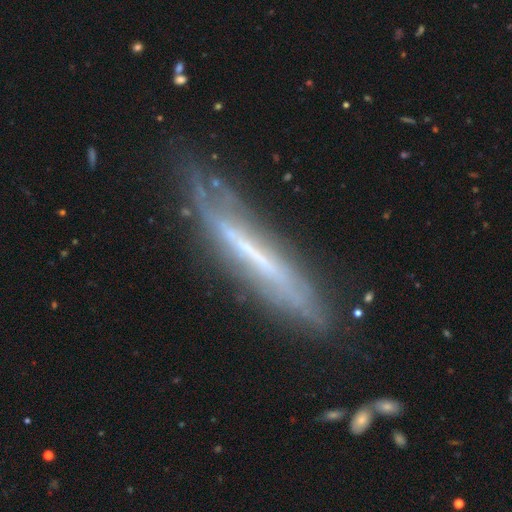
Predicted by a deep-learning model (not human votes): This is likely a featured or disk galaxy (68%). It is likely viewed edge-on (76%). Edge-on bulge: clearly none (83%). Merging: likely none (71%).